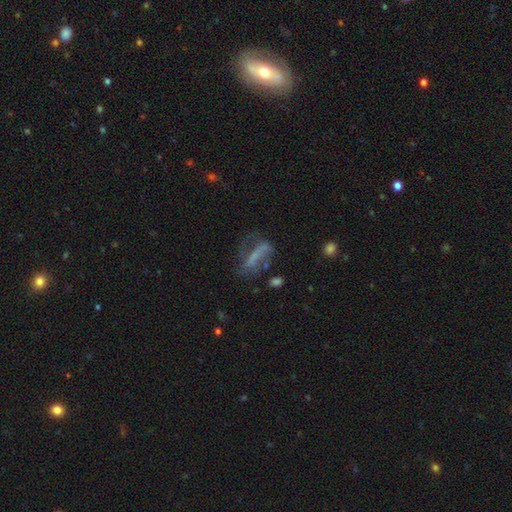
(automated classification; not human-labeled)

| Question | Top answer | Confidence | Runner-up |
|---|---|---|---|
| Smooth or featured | featured or disk | 46% | smooth (38%) |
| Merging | none | 40% | major disturbance (31%) |